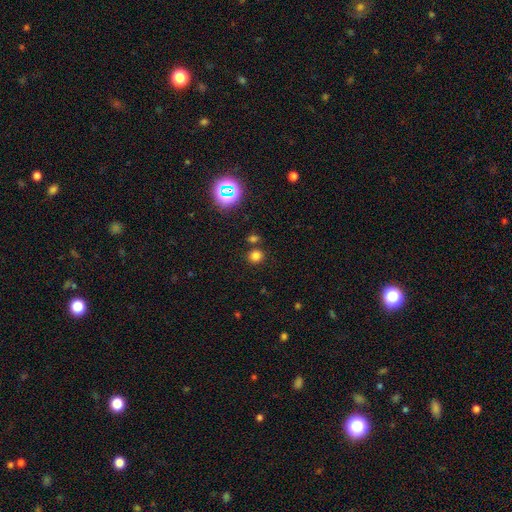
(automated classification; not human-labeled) Overall: smooth (75%). How rounded: round (83%). Merging: none (77%).